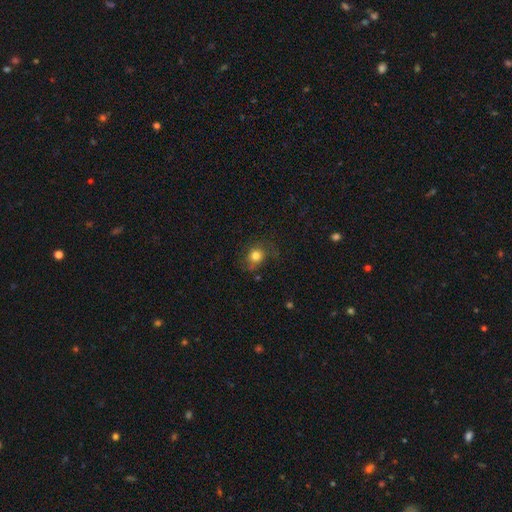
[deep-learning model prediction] The model was most divided on "how rounded": round: 69%, in between: 29%, cigar-shaped: 1%. More confident: smooth or featured — smooth (77%); merging — none (64%).